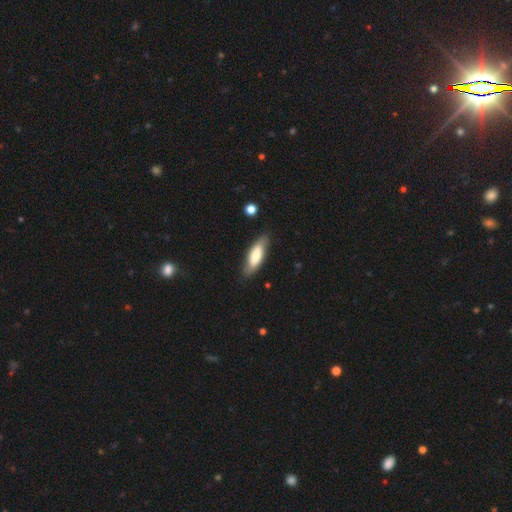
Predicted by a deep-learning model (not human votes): Morphology: type=smooth (72%); roundness=in between (59%); merging=none (80%).